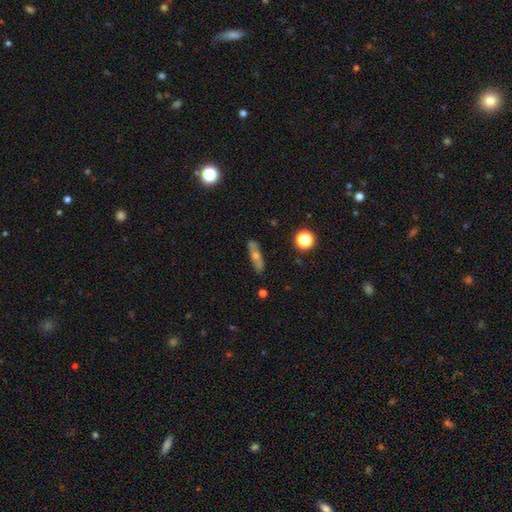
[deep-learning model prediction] A featured or disk galaxy (49%).

Vote fractions:
- Smooth or featured? featured or disk: 49% / smooth: 39% / star or artifact: 12%
- Merging? none: 80% / minor disturbance: 13% / major disturbance: 4% / merger: 3%